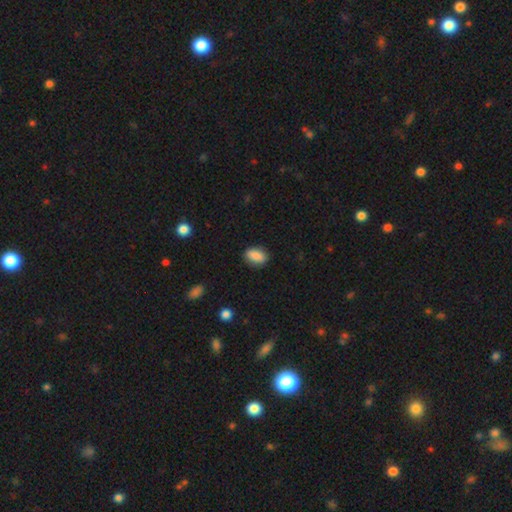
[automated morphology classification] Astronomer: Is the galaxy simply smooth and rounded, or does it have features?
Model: smooth — 88%.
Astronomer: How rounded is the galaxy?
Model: in between — 87%.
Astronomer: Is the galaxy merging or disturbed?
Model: none — 85%.